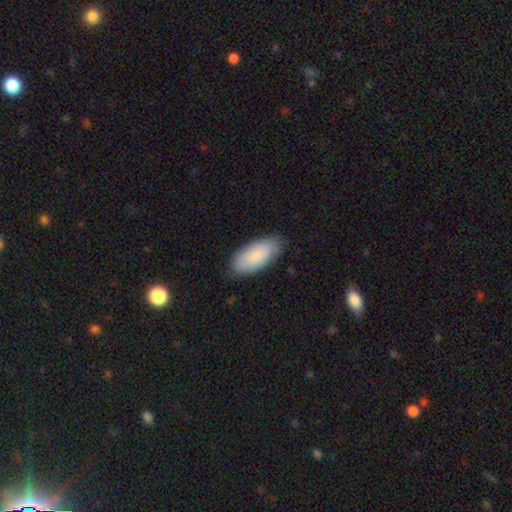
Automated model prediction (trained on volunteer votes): This is clearly a smooth galaxy (85%). How rounded: clearly in between (90%). Merging: clearly none (83%).